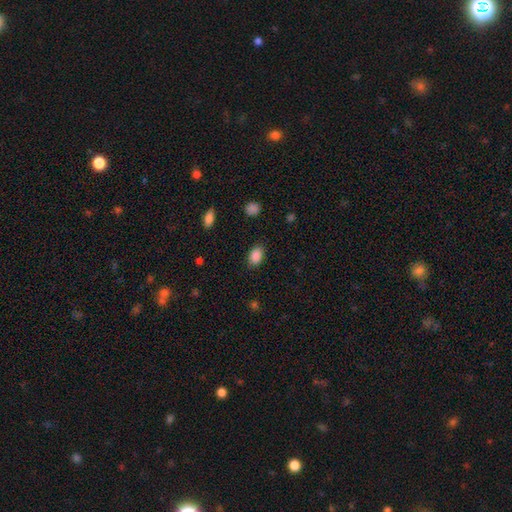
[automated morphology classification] Smooth or featured? smooth (88%)
How rounded? in between (85%)
Merging? none (84%)